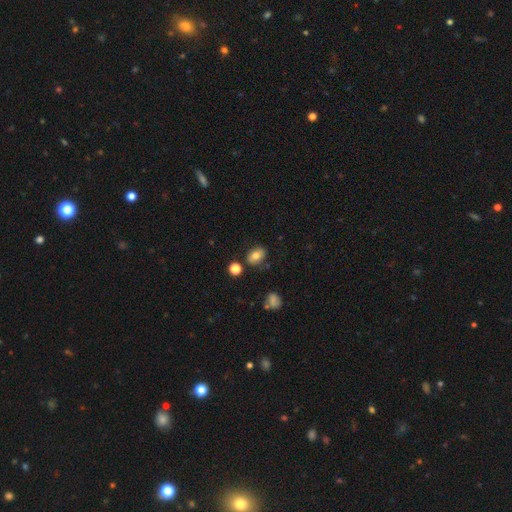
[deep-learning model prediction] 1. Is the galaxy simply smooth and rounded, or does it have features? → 76% smooth, 13% featured or disk, 11% star or artifact.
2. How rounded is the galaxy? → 73% in between, 26% round, 1% cigar-shaped.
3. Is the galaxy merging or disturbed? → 79% none, 13% minor disturbance, 5% merger, 3% major disturbance.